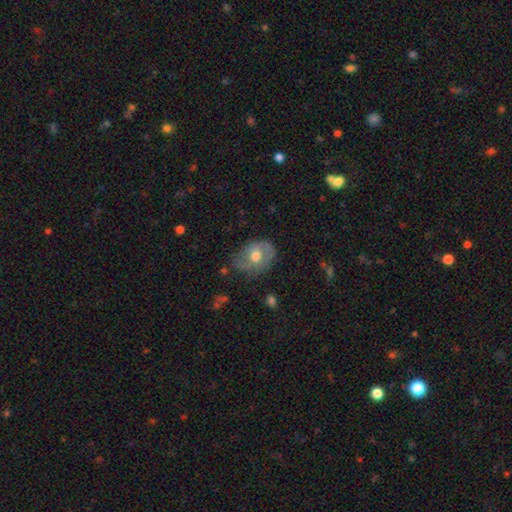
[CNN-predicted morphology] Smooth or featured?
  - smooth: 52% *
  - featured or disk: 40%
  - star or artifact: 8%
How rounded?
  - in between: 63% *
  - round: 36%
  - cigar-shaped: 1%
Merging?
  - none: 55% *
  - minor disturbance: 31%
  - major disturbance: 11%
  - merger: 2%